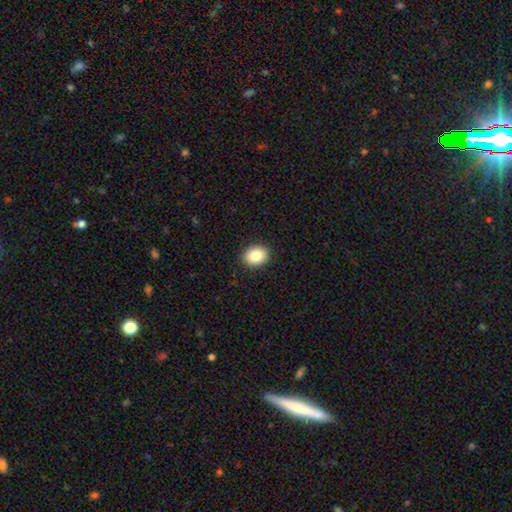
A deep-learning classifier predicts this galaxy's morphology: smooth-or-featured: smooth: 84% | star or artifact: 9% | featured or disk: 7%
  how-rounded: round: 50% | in between: 49% | cigar-shaped: 1%
  merging: none: 91% | minor disturbance: 7% | major disturbance: 2% | merger: 1%